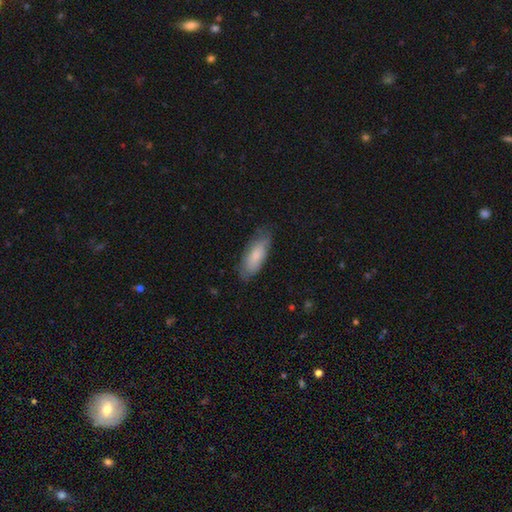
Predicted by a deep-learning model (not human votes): smooth_or_featured: smooth (p=0.75) [alt: featured or disk p=0.19]
how_rounded: in between (p=0.73) [alt: cigar-shaped p=0.25]
merging: none (p=0.74) [alt: minor disturbance p=0.20]